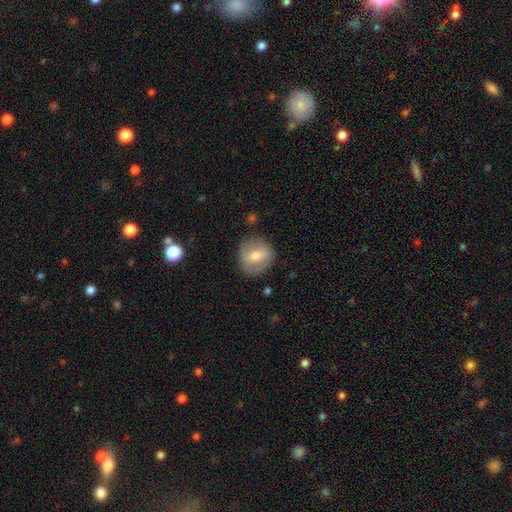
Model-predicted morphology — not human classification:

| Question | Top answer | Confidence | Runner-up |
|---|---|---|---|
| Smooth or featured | smooth | 60% | featured or disk (33%) |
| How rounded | round | 88% | in between (11%) |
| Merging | none | 84% | minor disturbance (11%) |